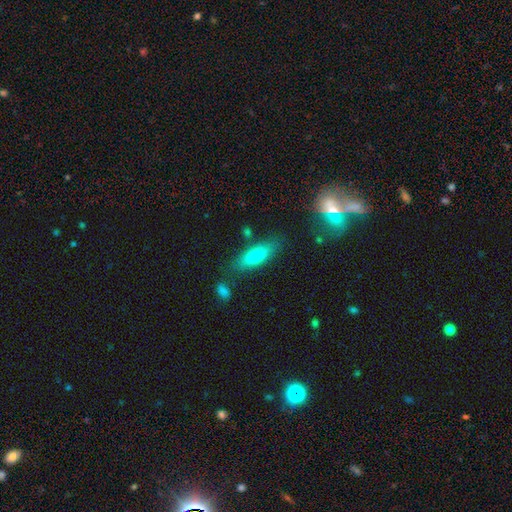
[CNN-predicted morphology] type=smooth (70%); roundness=in between (59%); merging=none (77%).